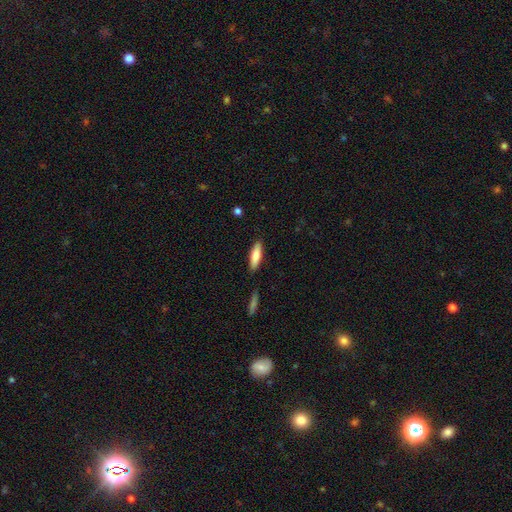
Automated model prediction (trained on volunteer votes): A smooth galaxy with no disk features (82%) that is cigar-shaped (55%).

Vote fractions:
- Smooth or featured? smooth: 82% / featured or disk: 13% / star or artifact: 6%
- How rounded? cigar-shaped: 55% / in between: 43% / round: 2%
- Merging? none: 84% / minor disturbance: 11% / merger: 3% / major disturbance: 2%